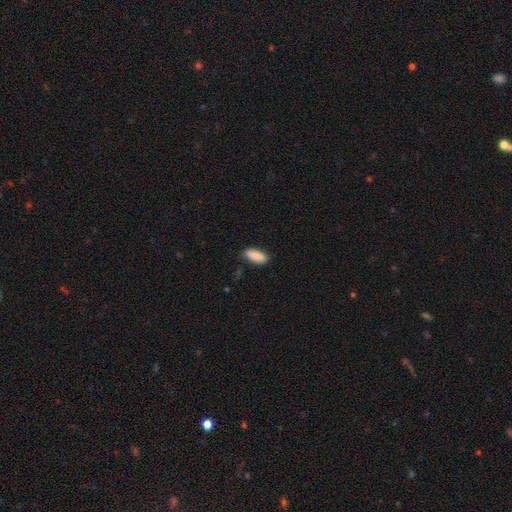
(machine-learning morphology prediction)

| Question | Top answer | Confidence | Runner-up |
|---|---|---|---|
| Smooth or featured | smooth | 88% | featured or disk (6%) |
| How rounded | in between | 75% | cigar-shaped (23%) |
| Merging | none | 84% | minor disturbance (12%) |